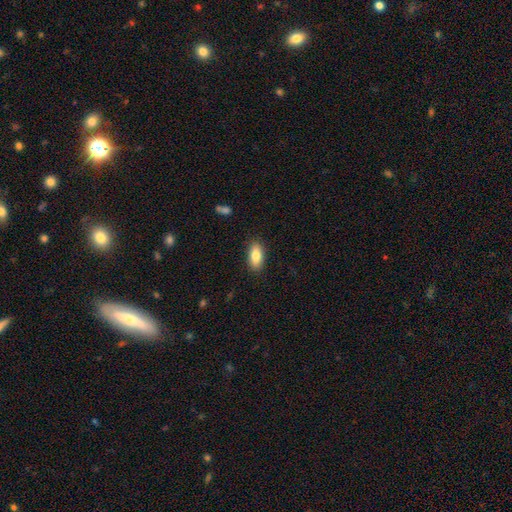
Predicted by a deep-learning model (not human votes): smooth_or_featured: smooth (p=0.83) [alt: featured or disk p=0.11]
how_rounded: in between (p=0.88) [alt: cigar-shaped p=0.08]
merging: none (p=0.88) [alt: minor disturbance p=0.09]